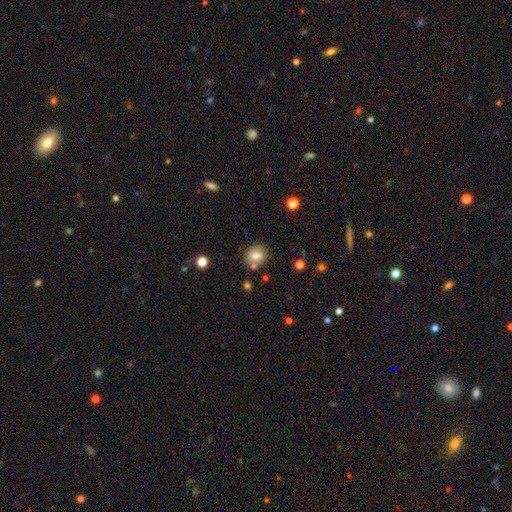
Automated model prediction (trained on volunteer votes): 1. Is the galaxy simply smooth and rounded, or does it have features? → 73% smooth, 16% featured or disk, 10% star or artifact.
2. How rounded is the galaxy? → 81% round, 18% in between, 1% cigar-shaped.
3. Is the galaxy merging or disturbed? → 76% none, 12% minor disturbance, 9% merger, 3% major disturbance.